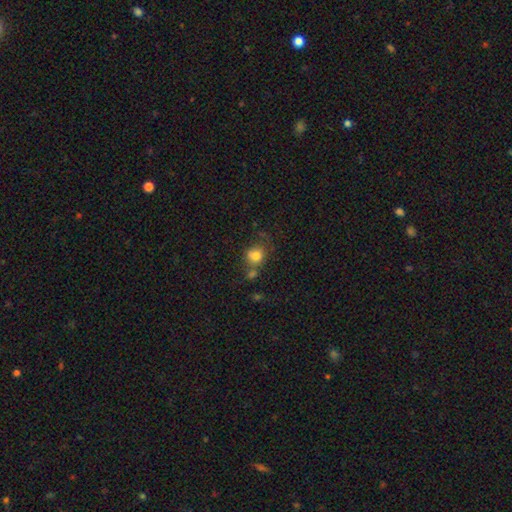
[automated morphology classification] smooth_or_featured: smooth (p=0.79) [alt: star or artifact p=0.12]
how_rounded: round (p=0.75) [alt: in between p=0.24]
merging: none (p=0.53) [alt: merger p=0.23]